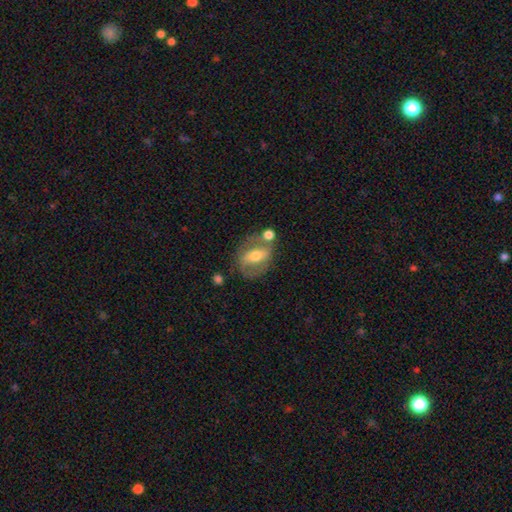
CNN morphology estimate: Smooth or featured? Predicted: featured or disk (p=0.60). Edge-on disk? Predicted: no (p=0.90). Bar? Predicted: strong (p=0.47). Spiral arms? Predicted: no (p=0.54). Bulge size? Predicted: moderate (p=0.67). Merging? Predicted: none (p=0.57).